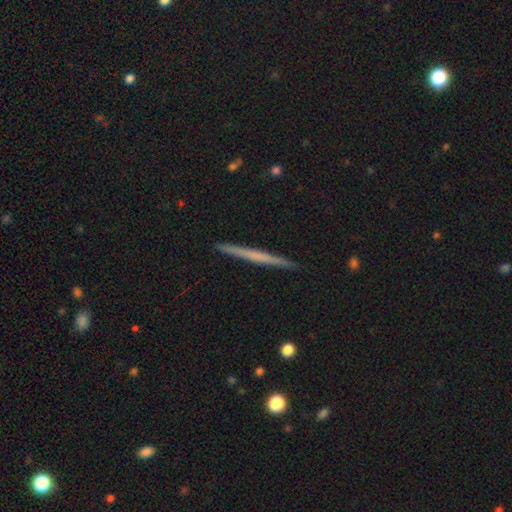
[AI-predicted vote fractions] smooth-or-featured: featured or disk: 52% | smooth: 43% | star or artifact: 5%
  disk-edge-on: yes: 98% | no: 2%
    edge-on-bulge: none: 85% | rounded: 10% | boxy: 5%
  merging: none: 92% | minor disturbance: 5% | major disturbance: 1% | merger: 1%